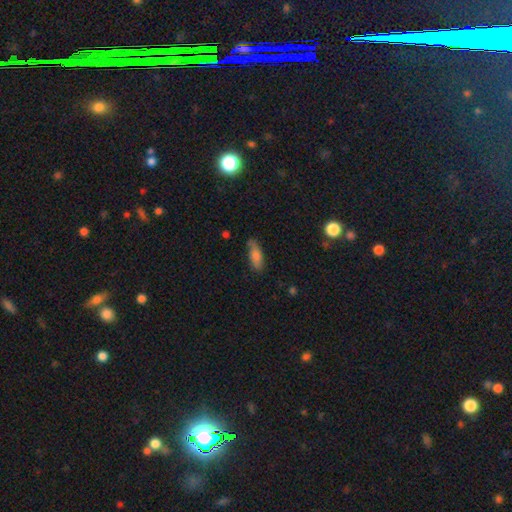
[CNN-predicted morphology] This appears to be a smooth galaxy with no disk features (75%) that is in between round and cigar-shaped (69%). Merging: none (64%).